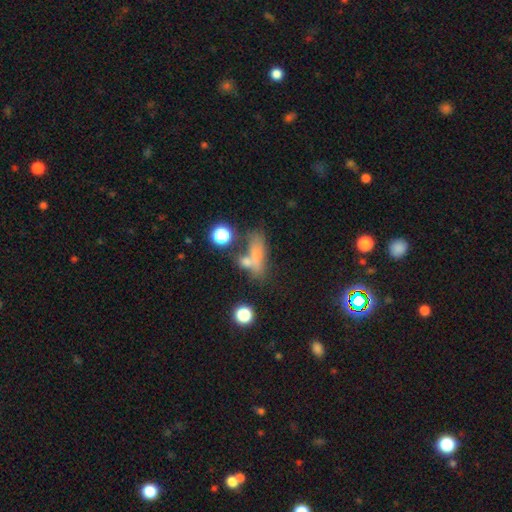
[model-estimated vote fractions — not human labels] smooth_or_featured: smooth (p=0.59) [alt: featured or disk p=0.21]
how_rounded: in between (p=0.45) [alt: cigar-shaped p=0.43]
merging: none (p=0.48) [alt: merger p=0.23]